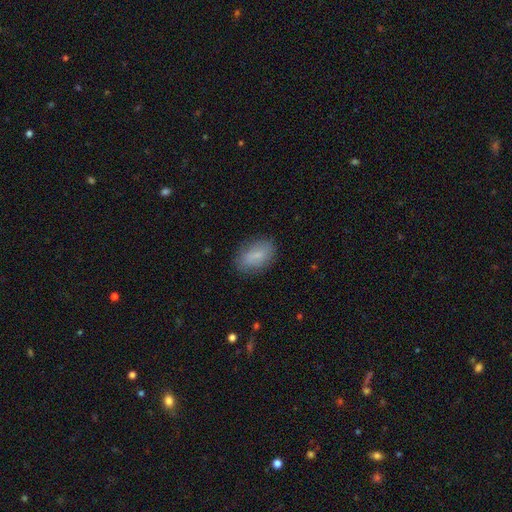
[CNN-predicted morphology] The model was most divided on "smooth or featured": smooth: 80%, featured or disk: 13%, star or artifact: 7%. More confident: how rounded — in between (89%); merging — none (81%).